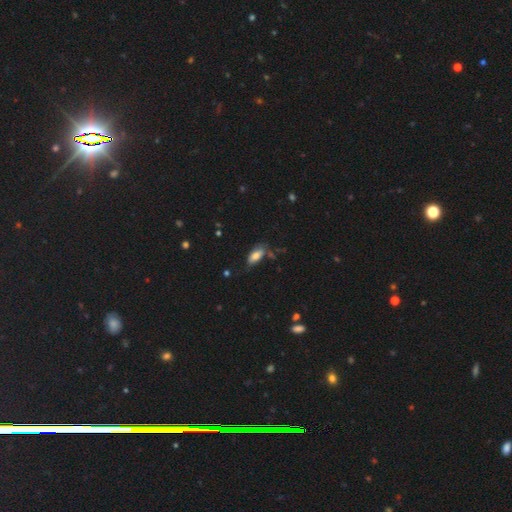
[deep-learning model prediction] Smooth or featured?
  - smooth: 77% *
  - featured or disk: 16%
  - star or artifact: 8%
How rounded?
  - in between: 87% *
  - cigar-shaped: 11%
  - round: 3%
Merging?
  - none: 57% *
  - minor disturbance: 28%
  - major disturbance: 9%
  - merger: 6%